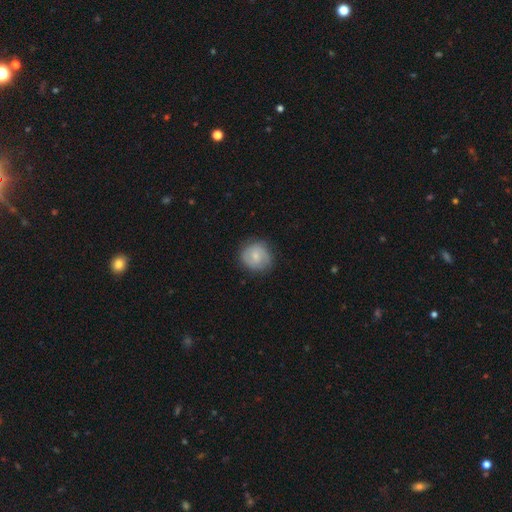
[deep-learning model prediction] Morphology: type=smooth (49%); merging=none (78%).